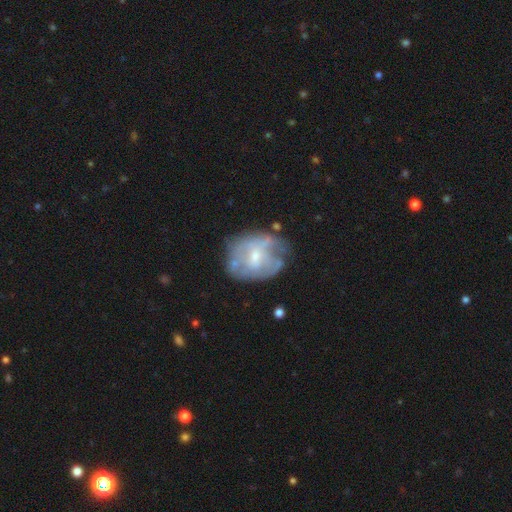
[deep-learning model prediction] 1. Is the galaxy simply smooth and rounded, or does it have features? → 62% featured or disk, 30% smooth, 8% star or artifact.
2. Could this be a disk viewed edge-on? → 97% no, 3% yes.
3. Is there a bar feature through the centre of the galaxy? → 56% no, 37% weak, 7% strong.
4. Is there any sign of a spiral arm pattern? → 52% no, 48% yes.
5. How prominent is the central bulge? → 57% small, 36% moderate, 4% none, 2% large, 1% dominant.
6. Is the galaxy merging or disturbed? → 46% none, 28% minor disturbance, 20% major disturbance, 6% merger.